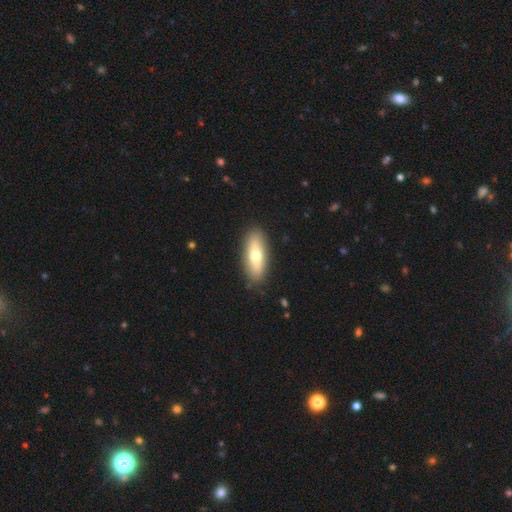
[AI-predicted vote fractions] This is likely a smooth galaxy (67%). How rounded: likely in between (72%). Merging: clearly none (88%).